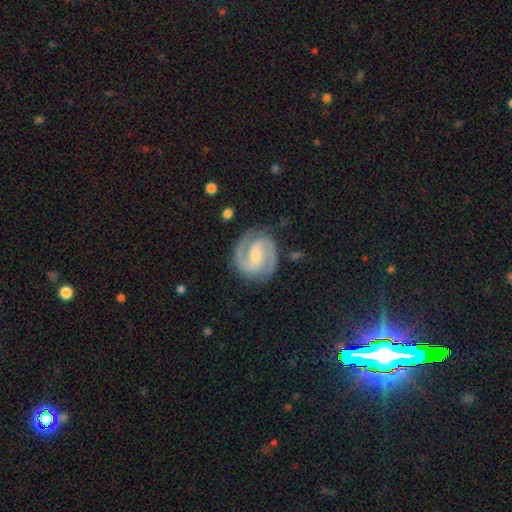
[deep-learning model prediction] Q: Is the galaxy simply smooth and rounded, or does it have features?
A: featured or disk — 89%.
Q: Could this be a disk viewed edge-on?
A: no — 98%.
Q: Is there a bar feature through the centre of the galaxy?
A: weak — 47%.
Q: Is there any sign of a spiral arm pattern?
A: yes — 98%.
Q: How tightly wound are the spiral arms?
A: medium — 47%.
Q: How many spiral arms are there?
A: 2 — 92%.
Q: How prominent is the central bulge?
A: small — 48%.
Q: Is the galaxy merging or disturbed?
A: none — 82%.